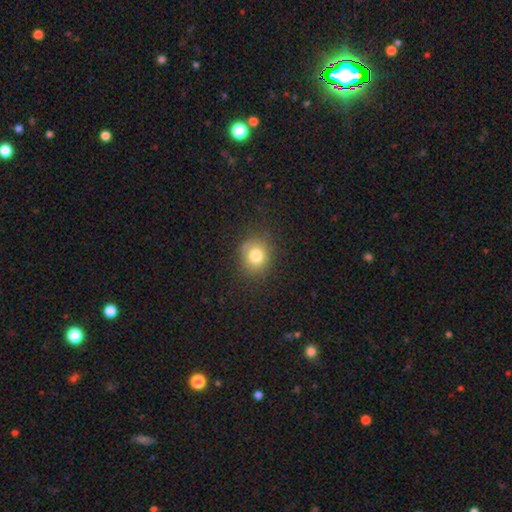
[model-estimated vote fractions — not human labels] smooth_or_featured: smooth (p=0.79) [alt: star or artifact p=0.12]
how_rounded: round (p=0.80) [alt: in between p=0.19]
merging: none (p=0.81) [alt: minor disturbance p=0.13]